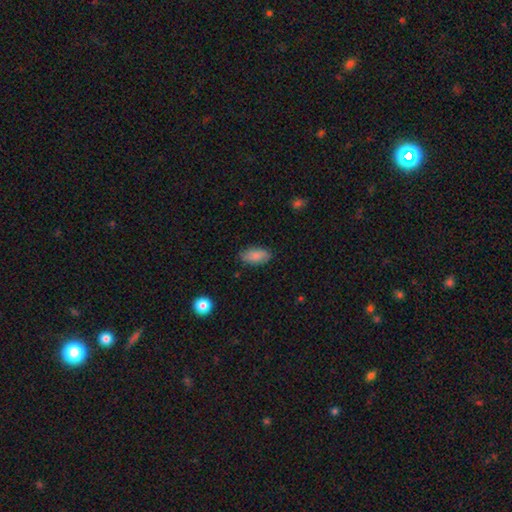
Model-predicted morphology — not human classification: smooth-or-featured: smooth: 86% | featured or disk: 7% | star or artifact: 7%
  how-rounded: in between: 91% | cigar-shaped: 6% | round: 3%
  merging: none: 85% | minor disturbance: 12% | major disturbance: 2% | merger: 1%